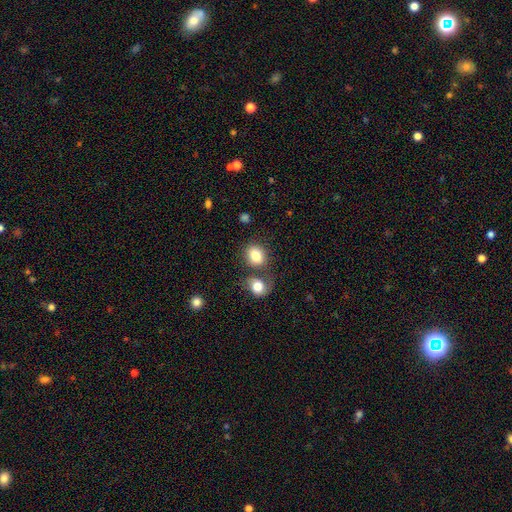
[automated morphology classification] Smooth or featured?
  - smooth: 81% *
  - featured or disk: 10%
  - star or artifact: 9%
How rounded?
  - round: 59% *
  - in between: 40%
  - cigar-shaped: 1%
Merging?
  - none: 57% *
  - merger: 27%
  - minor disturbance: 11%
  - major disturbance: 5%